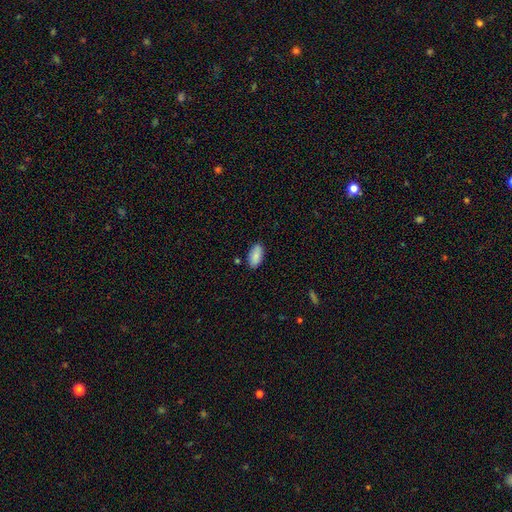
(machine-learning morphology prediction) Smooth or featured?
  - smooth: 85% *
  - featured or disk: 8%
  - star or artifact: 7%
How rounded?
  - in between: 92% *
  - cigar-shaped: 5%
  - round: 2%
Merging?
  - none: 83% *
  - minor disturbance: 12%
  - merger: 3%
  - major disturbance: 2%